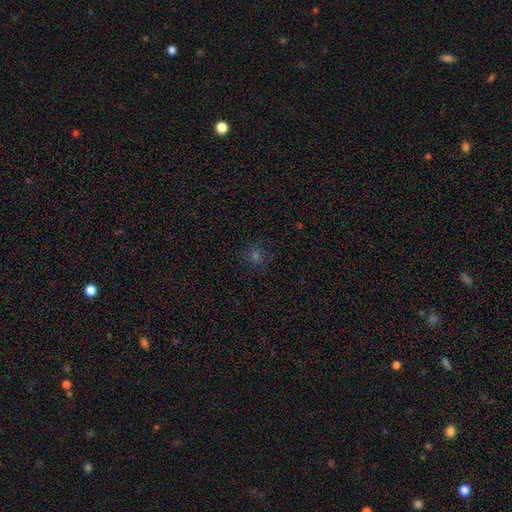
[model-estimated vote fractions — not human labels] This appears to be a smooth galaxy with no disk features (56%) that is round (83%). Merging: none (84%).